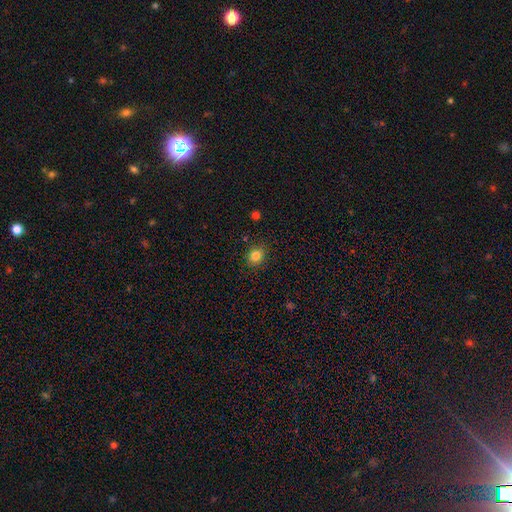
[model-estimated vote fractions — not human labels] smooth-or-featured: smooth: 83% | star or artifact: 12% | featured or disk: 5%
  how-rounded: round: 70% | in between: 29% | cigar-shaped: 1%
  merging: none: 86% | minor disturbance: 10% | major disturbance: 3% | merger: 2%